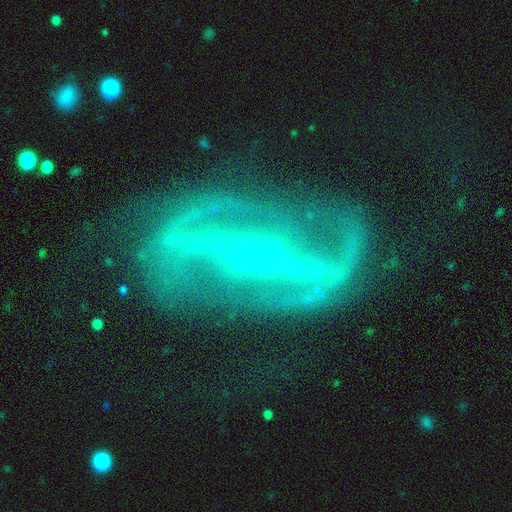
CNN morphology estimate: The model was most divided on "spiral winding": medium: 39%, loose: 36%, tight: 25%. More confident: edge-on disk — no (90%); bulge size — small (90%); smooth or featured — featured or disk (87%); spiral arms — yes (80%); spiral arm count — 2 (76%); bar — strong (71%); merging — none (57%).